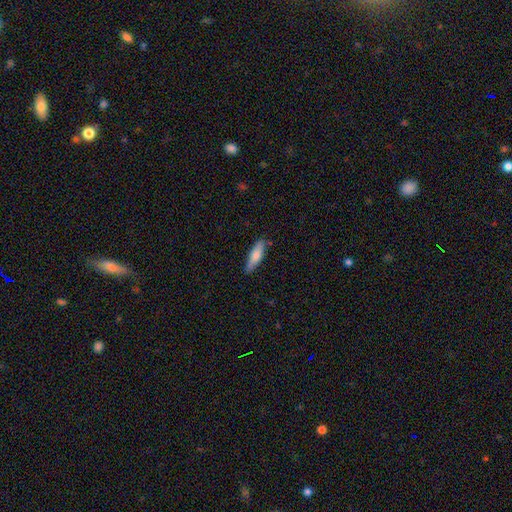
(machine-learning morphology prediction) smooth-or-featured: smooth: 75% | featured or disk: 20% | star or artifact: 6%
  how-rounded: cigar-shaped: 64% | in between: 34% | round: 2%
  merging: none: 81% | minor disturbance: 15% | major disturbance: 3% | merger: 2%